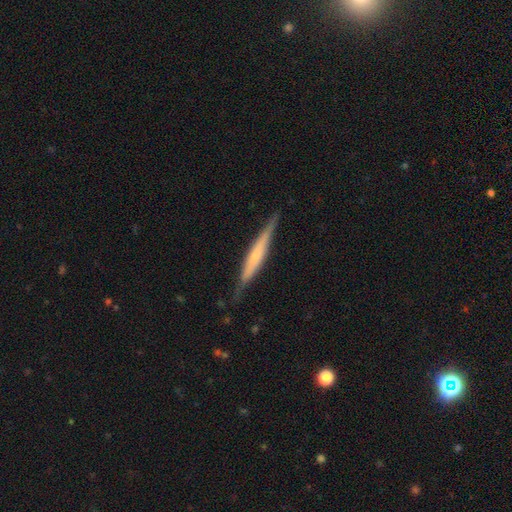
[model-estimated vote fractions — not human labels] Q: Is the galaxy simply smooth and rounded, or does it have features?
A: featured or disk — 58%.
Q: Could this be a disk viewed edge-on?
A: yes — 95%.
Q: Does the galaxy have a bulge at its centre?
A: rounded — 53%.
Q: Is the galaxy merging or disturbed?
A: none — 82%.